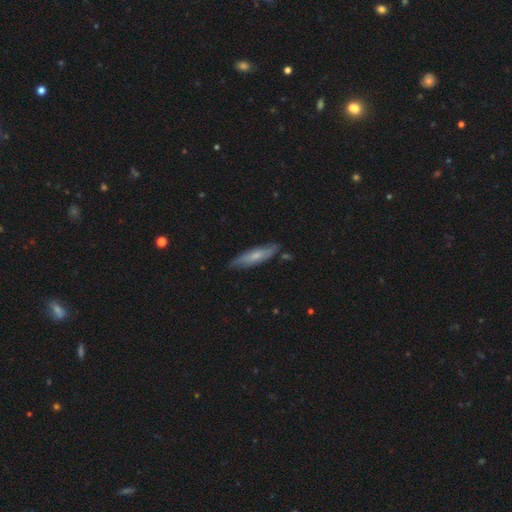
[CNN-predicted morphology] Smooth or featured? Predicted: smooth (p=0.56). How rounded? Predicted: cigar-shaped (p=0.71). Merging? Predicted: none (p=0.79).